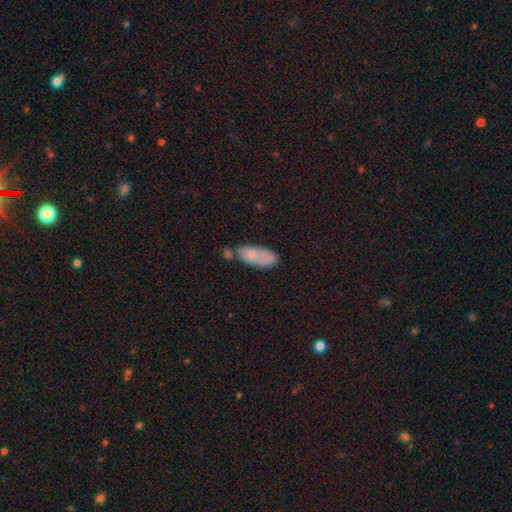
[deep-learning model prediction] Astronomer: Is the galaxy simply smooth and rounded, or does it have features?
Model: smooth — 73%.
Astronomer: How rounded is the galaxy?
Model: in between — 79%.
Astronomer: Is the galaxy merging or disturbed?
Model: none — 44% (runner-up: minor disturbance, 25%).